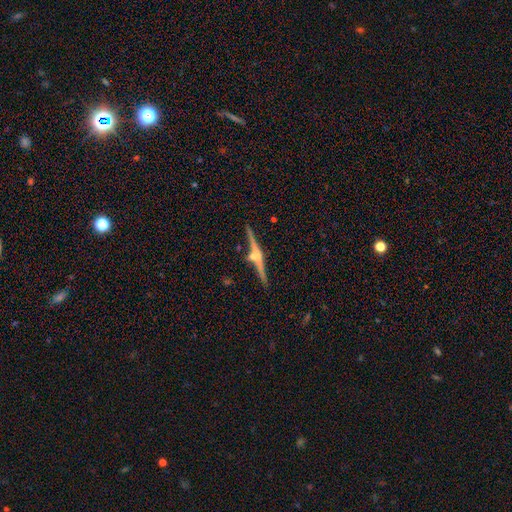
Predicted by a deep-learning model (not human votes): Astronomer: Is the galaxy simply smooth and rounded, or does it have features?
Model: featured or disk — 80%.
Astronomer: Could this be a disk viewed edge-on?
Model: yes — 98%.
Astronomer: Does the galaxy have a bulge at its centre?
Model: rounded — 86%.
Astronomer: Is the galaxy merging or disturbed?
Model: none — 83%.